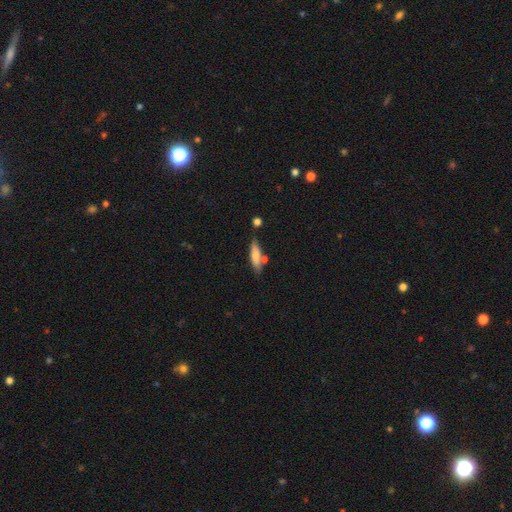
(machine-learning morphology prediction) smooth_or_featured: smooth (p=0.70) [alt: featured or disk p=0.23]
how_rounded: cigar-shaped (p=0.65) [alt: in between p=0.33]
merging: none (p=0.70) [alt: minor disturbance p=0.16]